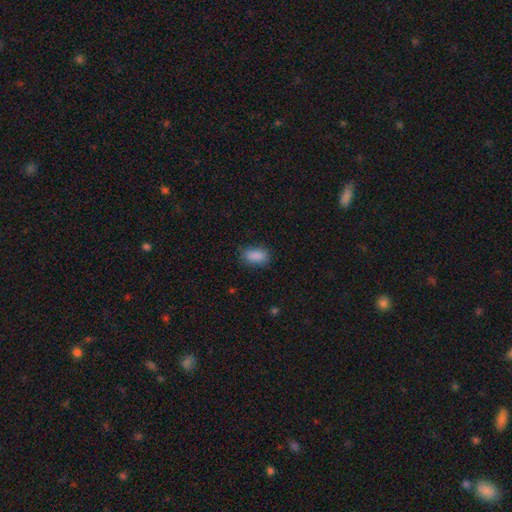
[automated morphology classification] Smooth or featured? Predicted: smooth (p=0.88). How rounded? Predicted: in between (p=0.90). Merging? Predicted: none (p=0.80).